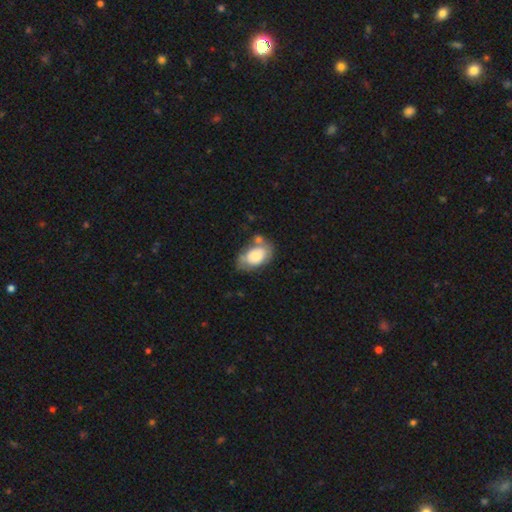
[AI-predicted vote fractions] smooth 67%, featured or disk 26%, star or artifact 7%. Down the decision tree: how rounded — in between (86%); merging — none (43%).